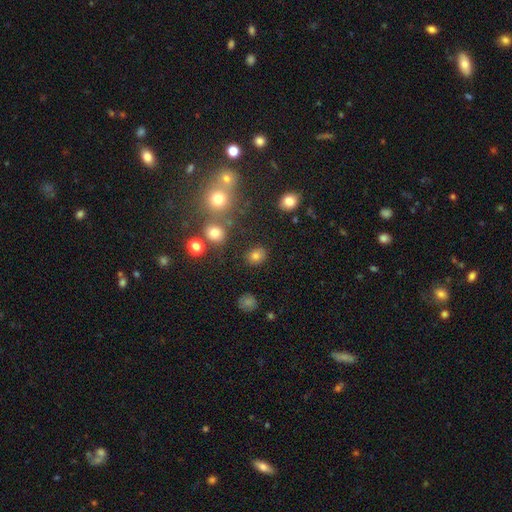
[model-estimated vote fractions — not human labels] smooth_or_featured: smooth (p=0.78) [alt: star or artifact p=0.15]
how_rounded: round (p=0.62) [alt: in between p=0.37]
merging: none (p=0.83) [alt: minor disturbance p=0.10]